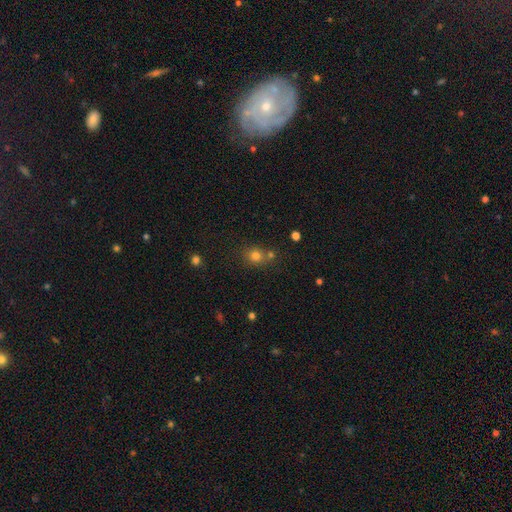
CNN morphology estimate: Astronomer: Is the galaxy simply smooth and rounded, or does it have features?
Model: smooth — 76%.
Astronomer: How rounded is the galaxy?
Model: round — 80%.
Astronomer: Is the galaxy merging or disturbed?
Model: none — 61%.